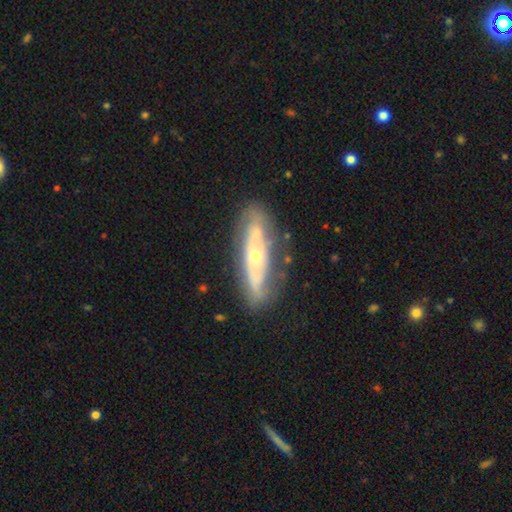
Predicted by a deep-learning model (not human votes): This is likely a featured or disk galaxy (68%). It is likely not viewed edge-on (71%). Merging: likely none (75%).